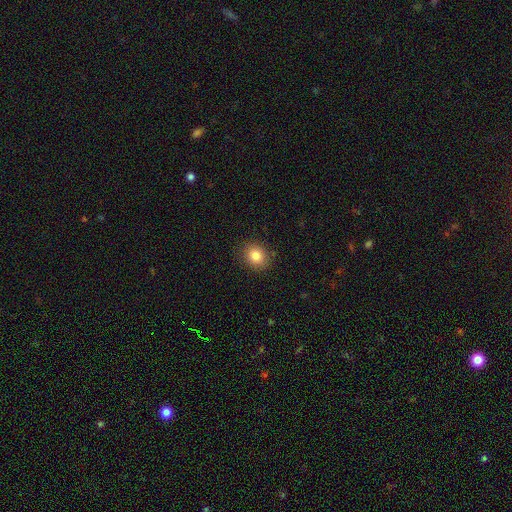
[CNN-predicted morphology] The model was most divided on "how rounded": round: 64%, in between: 35%, cigar-shaped: 1%. More confident: merging — none (87%); smooth or featured — smooth (84%).